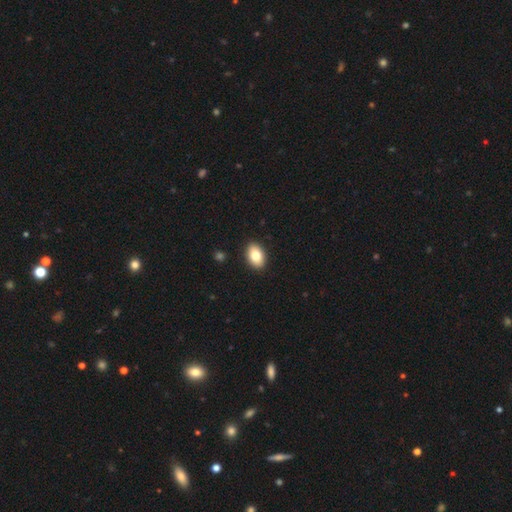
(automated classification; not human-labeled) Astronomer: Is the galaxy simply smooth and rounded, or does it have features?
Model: smooth — 81%.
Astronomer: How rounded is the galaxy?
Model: in between — 88%.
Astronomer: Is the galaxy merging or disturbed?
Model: none — 90%.